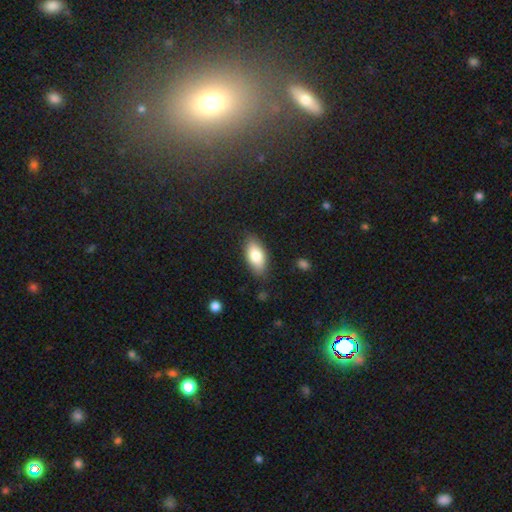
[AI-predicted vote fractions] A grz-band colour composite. It shows a smooth galaxy with no disk features (80%) that is in between round and cigar-shaped (90%). Merging: none (83%).